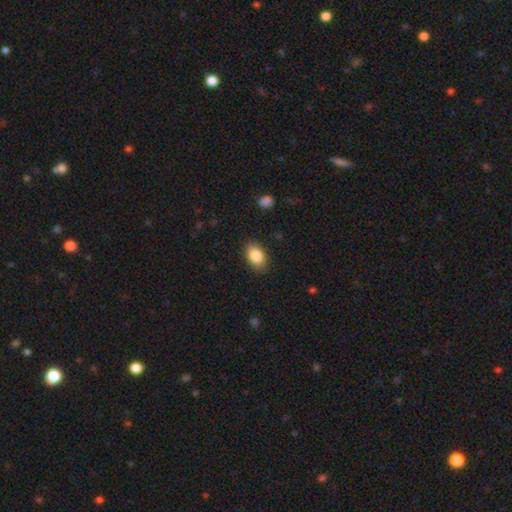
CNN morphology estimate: smooth-or-featured: smooth: 84% | featured or disk: 8% | star or artifact: 8%
  how-rounded: in between: 86% | round: 13% | cigar-shaped: 2%
  merging: none: 85% | minor disturbance: 11% | major disturbance: 3% | merger: 1%